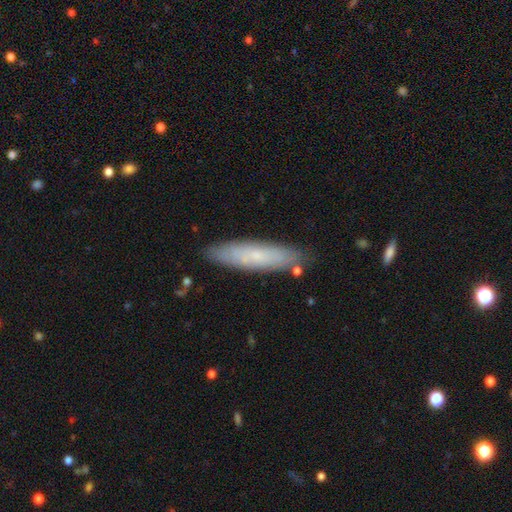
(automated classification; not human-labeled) smooth 62%, featured or disk 32%, star or artifact 7%. Down the decision tree: how rounded — cigar-shaped (77%); merging — none (85%).